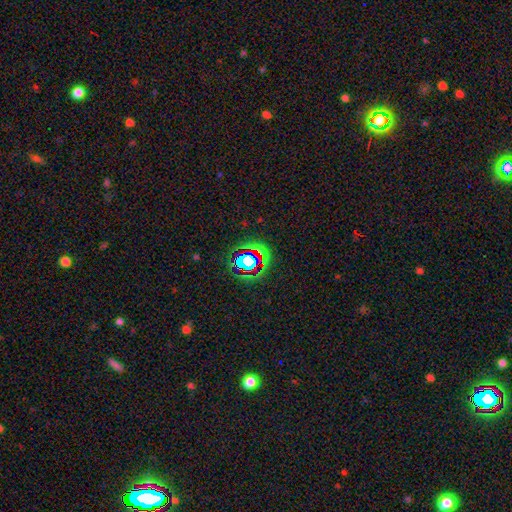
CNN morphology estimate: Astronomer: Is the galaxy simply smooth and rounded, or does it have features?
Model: star or artifact — 66%.